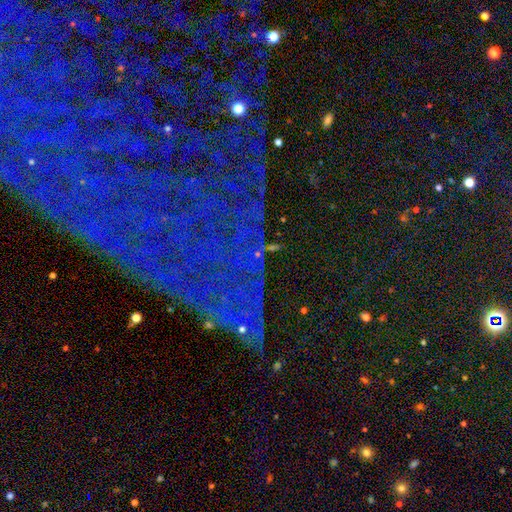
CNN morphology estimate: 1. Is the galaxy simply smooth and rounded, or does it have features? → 77% star or artifact, 13% featured or disk, 10% smooth.